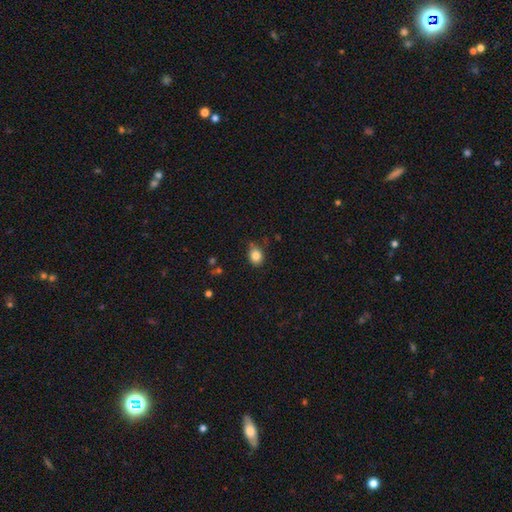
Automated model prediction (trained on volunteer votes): This appears to be a smooth galaxy with no disk features (85%) that is in between round and cigar-shaped (54%). Merging: none (72%).